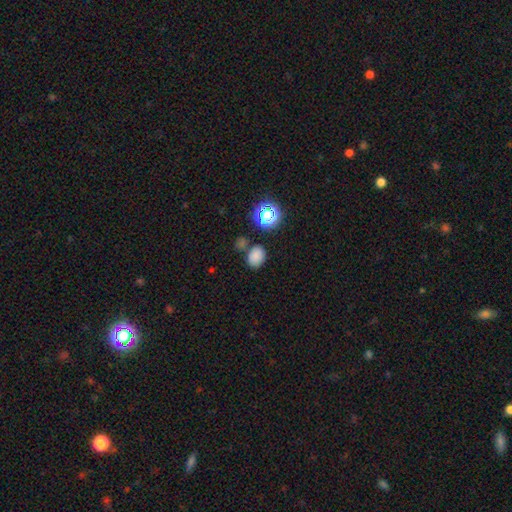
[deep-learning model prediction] Smooth or featured? Predicted: smooth (p=0.78). How rounded? Predicted: in between (p=0.62). Merging? Predicted: none (p=0.72).